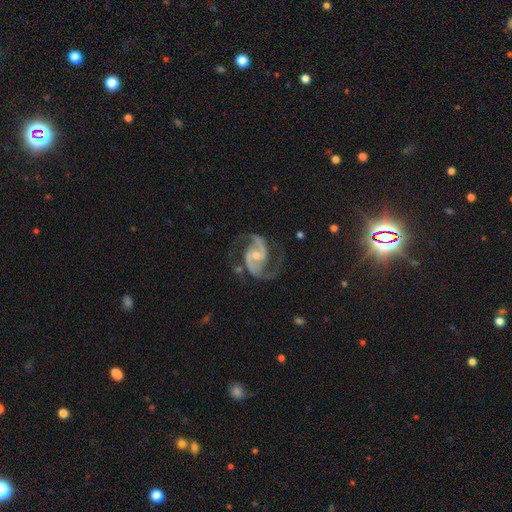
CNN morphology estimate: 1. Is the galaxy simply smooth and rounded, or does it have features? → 93% featured or disk, 4% star or artifact, 3% smooth.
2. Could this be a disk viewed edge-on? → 98% no, 2% yes.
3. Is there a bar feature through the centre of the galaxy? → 50% weak, 31% no, 20% strong.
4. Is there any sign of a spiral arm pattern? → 98% yes, 2% no.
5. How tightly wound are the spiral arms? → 62% medium, 24% loose, 14% tight.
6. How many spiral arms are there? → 93% 2, 2% can't tell, 2% 3, 1% 1, 1% 4, 1% more than 4.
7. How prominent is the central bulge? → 53% small, 38% moderate, 6% none, 2% large, 1% dominant.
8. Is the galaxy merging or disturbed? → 72% none, 15% minor disturbance, 10% major disturbance, 2% merger.